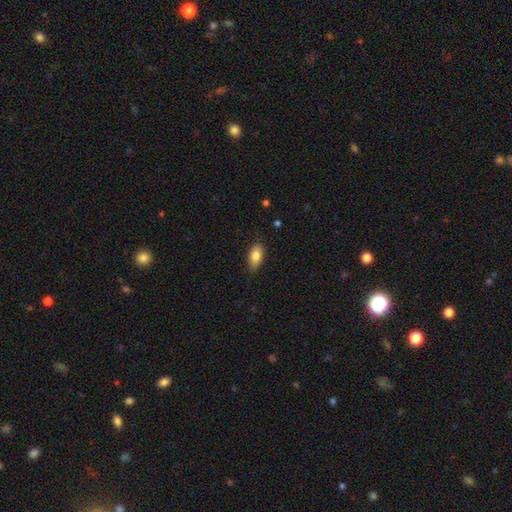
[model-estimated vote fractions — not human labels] Smooth or featured? smooth (82%)
How rounded? in between (89%)
Merging? none (81%)